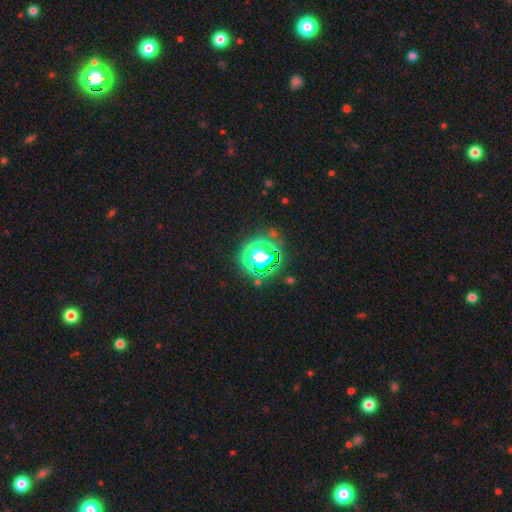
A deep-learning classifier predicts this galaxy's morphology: A star or artifact, not a galaxy (60%).

Vote fractions:
- Smooth or featured? star or artifact: 60% / smooth: 27% / featured or disk: 13%